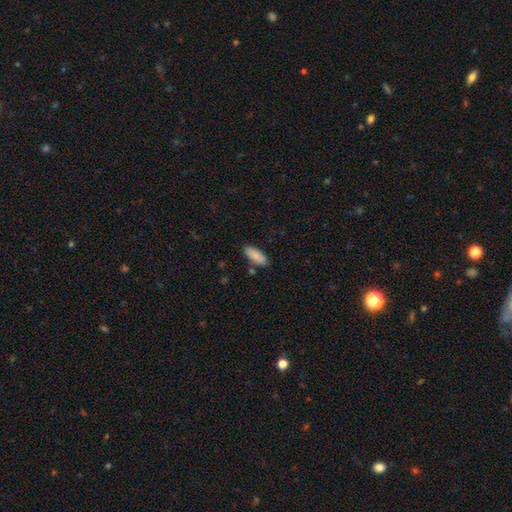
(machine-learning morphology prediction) Smooth or featured?
  - smooth: 87% *
  - featured or disk: 7%
  - star or artifact: 6%
How rounded?
  - in between: 77% *
  - cigar-shaped: 21%
  - round: 2%
Merging?
  - none: 81% *
  - minor disturbance: 12%
  - merger: 4%
  - major disturbance: 2%